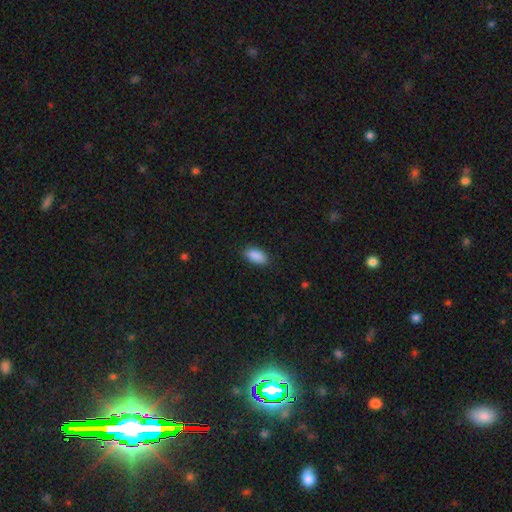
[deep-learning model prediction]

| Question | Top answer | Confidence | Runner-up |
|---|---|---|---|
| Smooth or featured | smooth | 90% | star or artifact (7%) |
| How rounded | in between | 93% | cigar-shaped (5%) |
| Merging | none | 87% | minor disturbance (10%) |